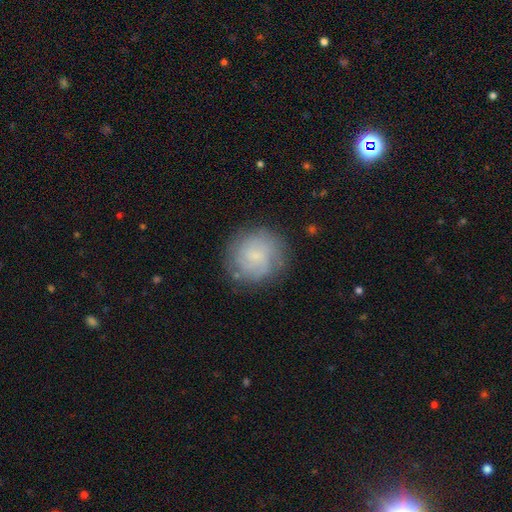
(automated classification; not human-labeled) Q: Smooth or featured?
A: smooth (48%); runner-up: featured or disk (43%)
Q: Merging?
A: none (77%); runner-up: minor disturbance (15%)